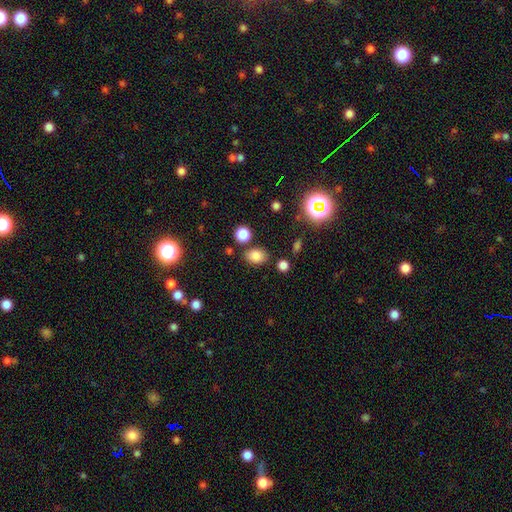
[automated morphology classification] Smooth or featured: smooth — 81% (star or artifact — 14%)
How rounded: in between — 74% (round — 24%)
Merging: none — 78% (minor disturbance — 12%)